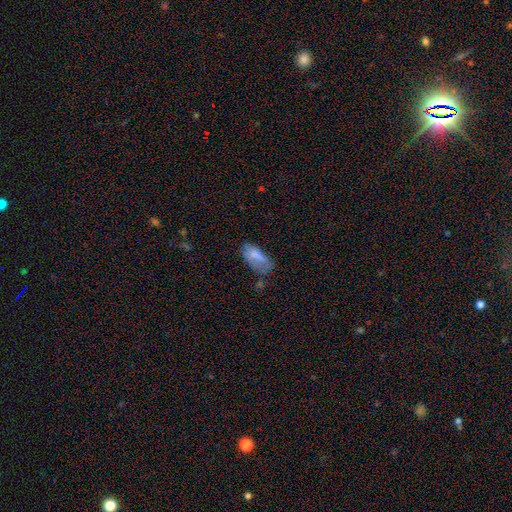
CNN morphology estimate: type=smooth (72%); roundness=in between (88%); merging=none (39%).